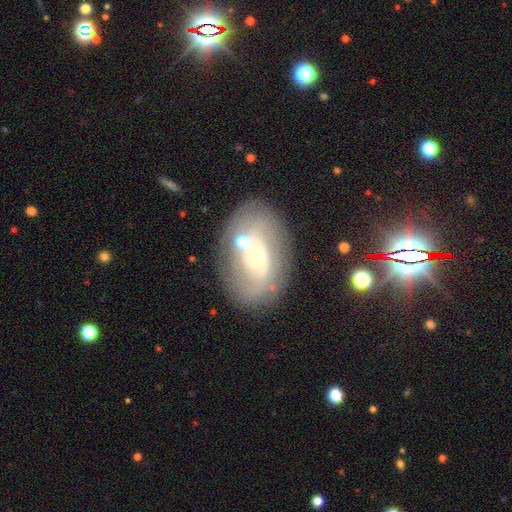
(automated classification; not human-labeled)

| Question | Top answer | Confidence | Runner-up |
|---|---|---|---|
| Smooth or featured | featured or disk | 61% | smooth (29%) |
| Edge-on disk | no | 94% | yes (6%) |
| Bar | no | 67% | weak (25%) |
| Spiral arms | yes | 64% | no (36%) |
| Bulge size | small | 51% | moderate (42%) |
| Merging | none | 70% | minor disturbance (15%) |